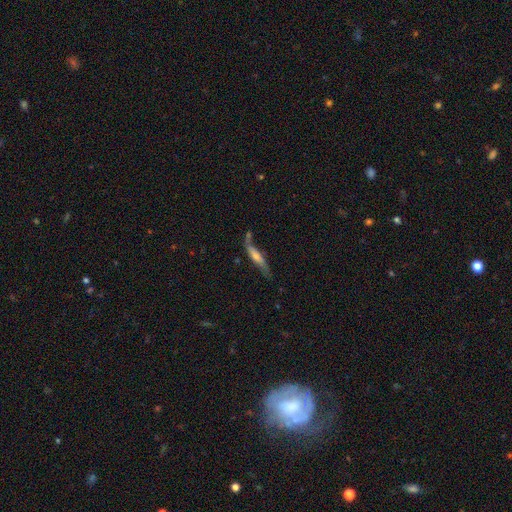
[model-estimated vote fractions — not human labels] featured or disk 56%, smooth 37%, star or artifact 7%. Down the decision tree: edge-on disk — yes (74%); merging — none (57%).